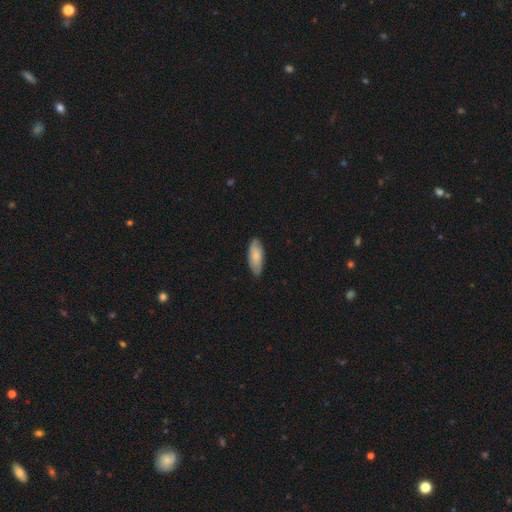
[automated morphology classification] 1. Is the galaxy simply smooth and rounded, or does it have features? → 74% smooth, 21% featured or disk, 6% star or artifact.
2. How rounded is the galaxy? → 77% in between, 22% cigar-shaped, 2% round.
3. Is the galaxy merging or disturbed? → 79% none, 18% minor disturbance, 2% major disturbance, 1% merger.